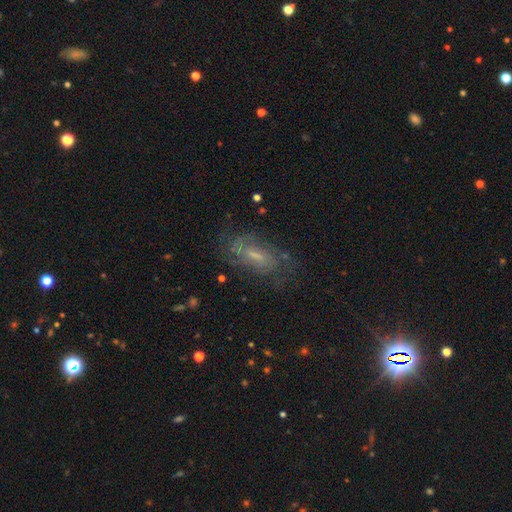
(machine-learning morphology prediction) This is likely a featured or disk galaxy (72%). It is clearly not viewed edge-on (93%). Bar: possibly weak (52%). Spiral arm pattern: clearly yes (88%). Spiral arm count: marginally can't tell (41%). Spiral winding: marginally medium (42%). Central bulge: possibly small (52%). Merging: likely none (68%).